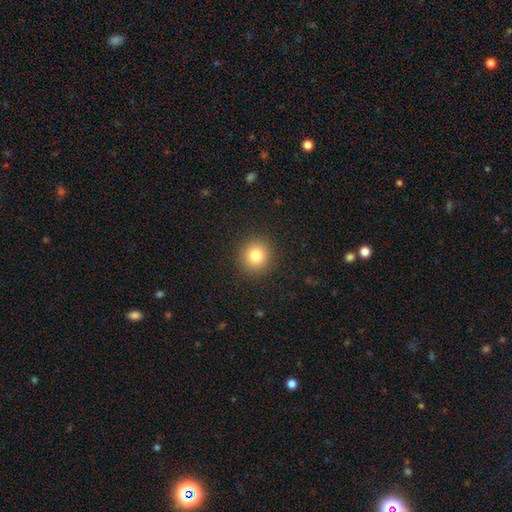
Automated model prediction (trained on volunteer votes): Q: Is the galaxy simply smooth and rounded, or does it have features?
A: smooth — 81%.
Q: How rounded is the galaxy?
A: round — 91%.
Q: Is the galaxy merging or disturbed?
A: none — 91%.